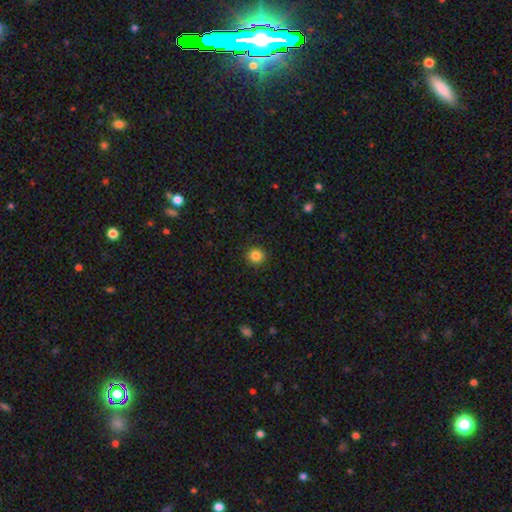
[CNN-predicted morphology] Smooth or featured?
  - smooth: 85% *
  - star or artifact: 11%
  - featured or disk: 4%
How rounded?
  - round: 92% *
  - in between: 7%
  - cigar-shaped: 1%
Merging?
  - none: 92% *
  - minor disturbance: 5%
  - major disturbance: 2%
  - merger: 1%